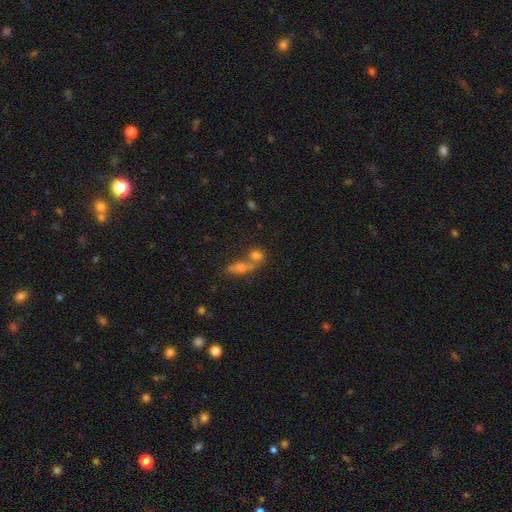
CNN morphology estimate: Smooth or featured?
  - smooth: 54% *
  - star or artifact: 25%
  - featured or disk: 21%
How rounded?
  - in between: 55% *
  - round: 29%
  - cigar-shaped: 16%
Merging?
  - merger: 48% *
  - none: 36%
  - minor disturbance: 9%
  - major disturbance: 7%